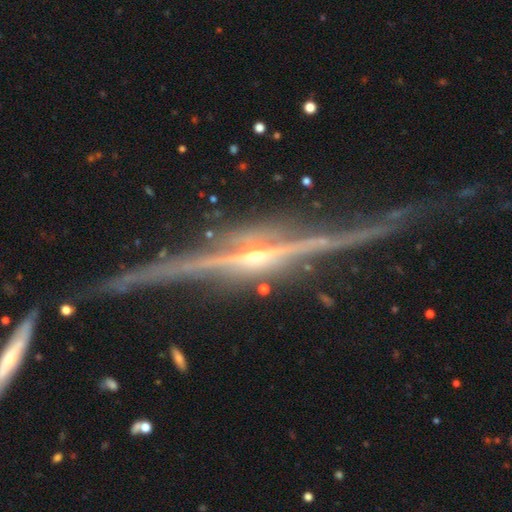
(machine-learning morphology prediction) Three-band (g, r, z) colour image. It shows a featured or disk galaxy (89%) viewed edge-on (96%) with a rounded central bulge (76%). Merging: none (78%).